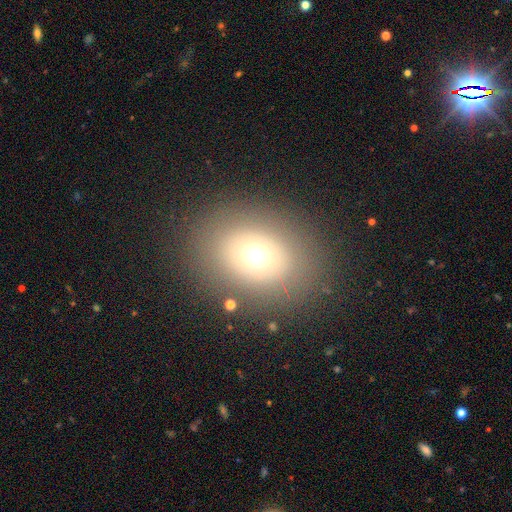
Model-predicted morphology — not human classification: Smooth or featured: smooth — 61% (featured or disk — 25%)
How rounded: in between — 58% (round — 41%)
Merging: none — 85% (minor disturbance — 9%)